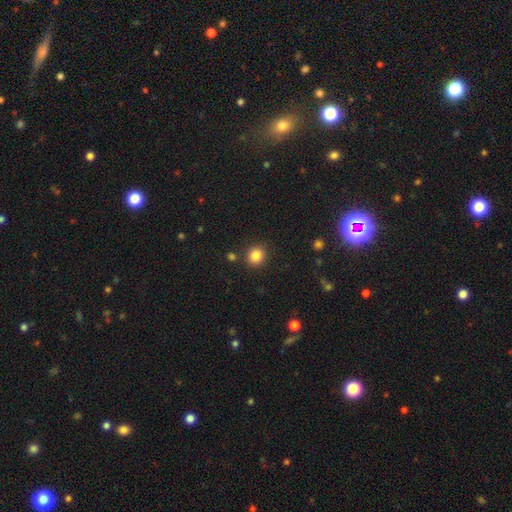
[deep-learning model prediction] smooth 85%, star or artifact 11%, featured or disk 4%. Down the decision tree: how rounded — round (84%); merging — none (87%).